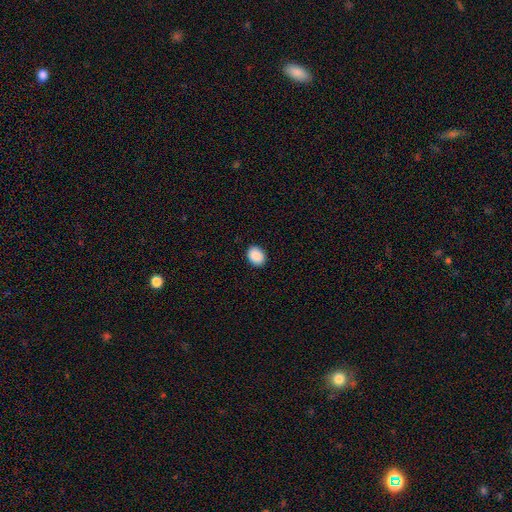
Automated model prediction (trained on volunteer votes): Morphology: type=smooth (90%); roundness=in between (62%); merging=none (90%).